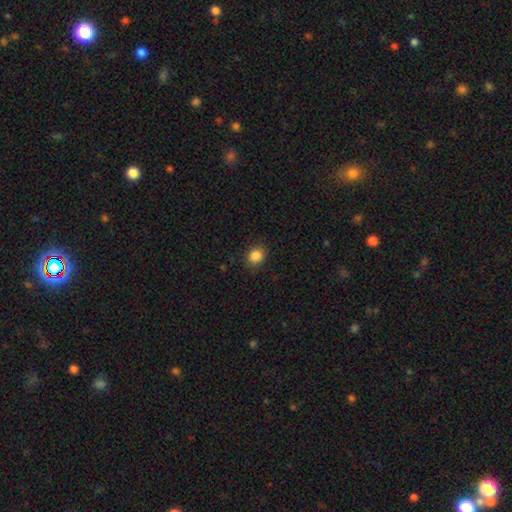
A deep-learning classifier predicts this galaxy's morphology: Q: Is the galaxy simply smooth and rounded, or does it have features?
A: smooth — 86%.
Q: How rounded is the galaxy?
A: round — 71%.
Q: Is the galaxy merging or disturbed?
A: none — 88%.